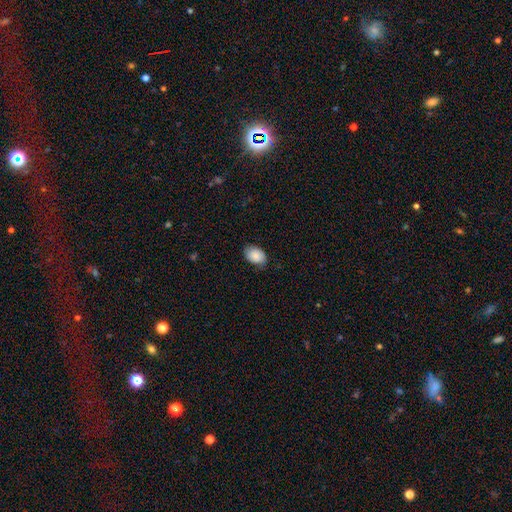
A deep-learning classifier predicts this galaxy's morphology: This appears to be a smooth galaxy with no disk features (88%) that is in between round and cigar-shaped (83%). Merging: none (79%).